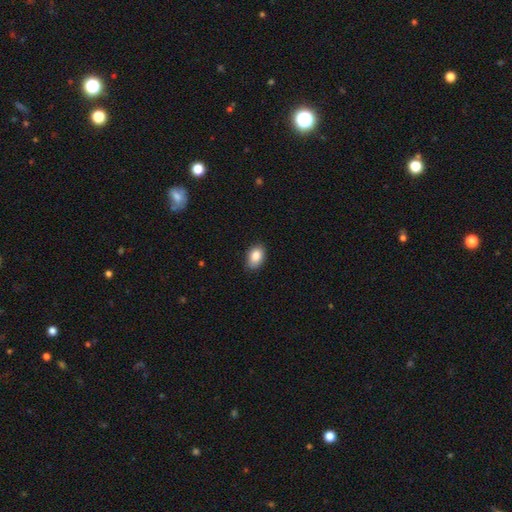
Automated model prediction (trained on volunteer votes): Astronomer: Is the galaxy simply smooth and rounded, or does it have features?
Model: smooth — 87%.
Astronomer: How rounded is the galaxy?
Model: in between — 87%.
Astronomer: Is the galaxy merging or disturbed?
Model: none — 82%.